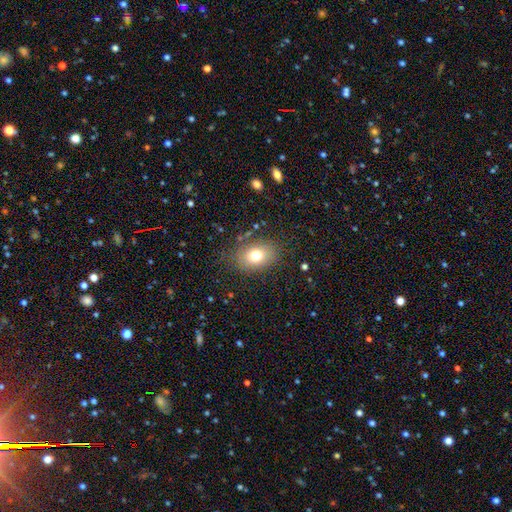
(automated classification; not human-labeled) This is likely a smooth galaxy (74%). How rounded: likely in between (71%). Merging: clearly none (82%).